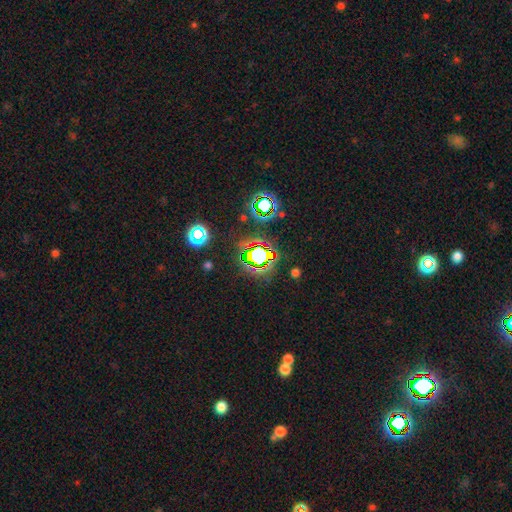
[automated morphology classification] Smooth or featured? Predicted: star or artifact (p=0.67).